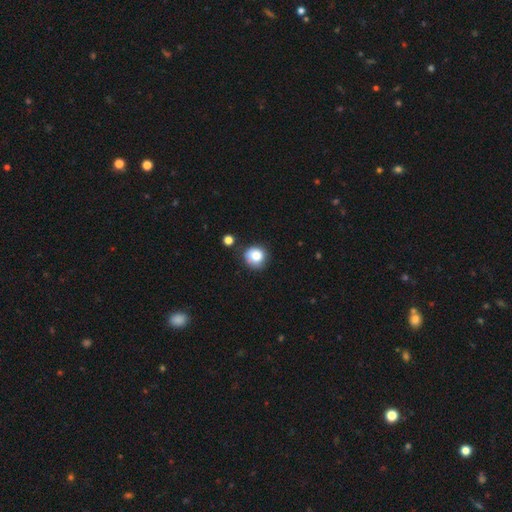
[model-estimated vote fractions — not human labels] Smooth or featured?
  - smooth: 82% *
  - star or artifact: 10%
  - featured or disk: 8%
How rounded?
  - round: 87% *
  - in between: 12%
  - cigar-shaped: 1%
Merging?
  - none: 70% *
  - minor disturbance: 20%
  - merger: 6%
  - major disturbance: 5%